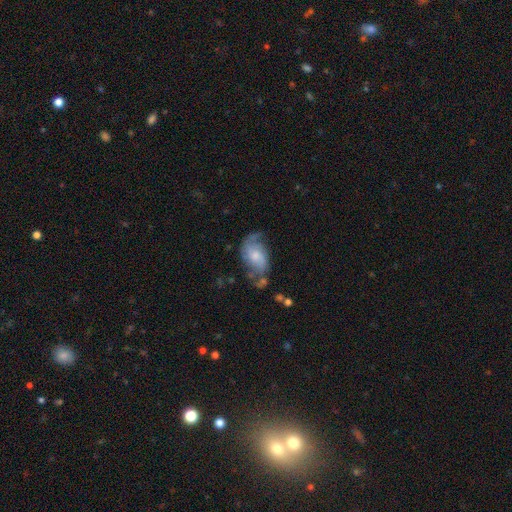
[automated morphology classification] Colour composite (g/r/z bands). It shows a featured or disk galaxy (70%) with no bar (64%), 2 (78%) loose (47%) spiral arms (90%) and a small central bulge (47%). Merging: none (49%).